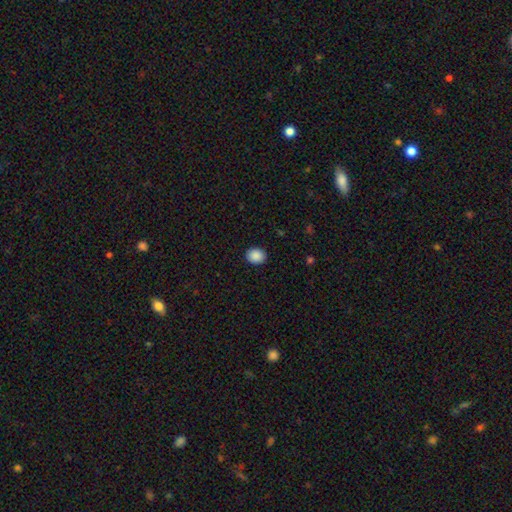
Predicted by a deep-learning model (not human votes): smooth_or_featured: smooth (p=0.90) [alt: star or artifact p=0.08]
how_rounded: round (p=0.56) [alt: in between p=0.43]
merging: none (p=0.91) [alt: minor disturbance p=0.07]